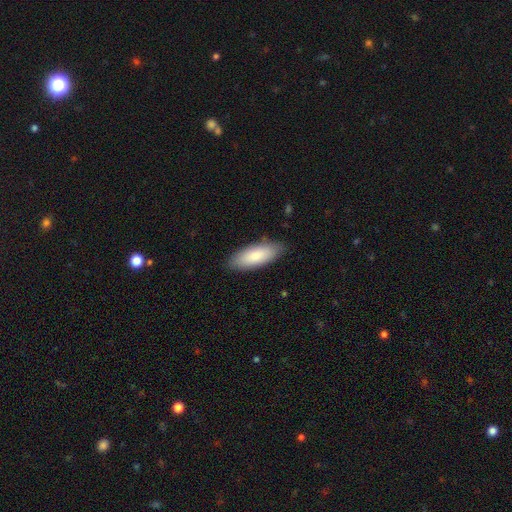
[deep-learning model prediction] Smooth or featured: smooth — 82% (featured or disk — 13%)
How rounded: in between — 75% (cigar-shaped — 24%)
Merging: none — 86% (minor disturbance — 11%)